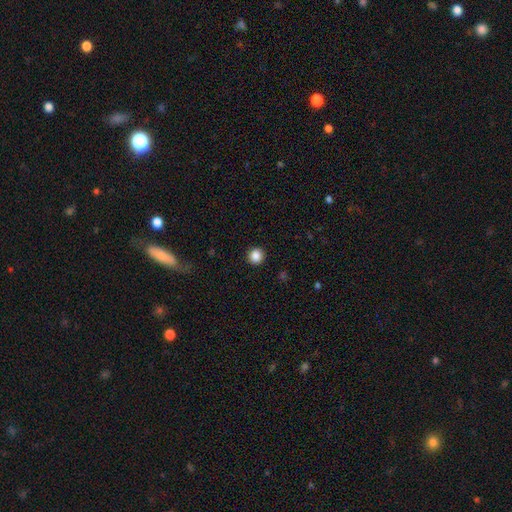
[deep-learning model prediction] Morphology: type=smooth (87%); roundness=round (94%); merging=none (93%).